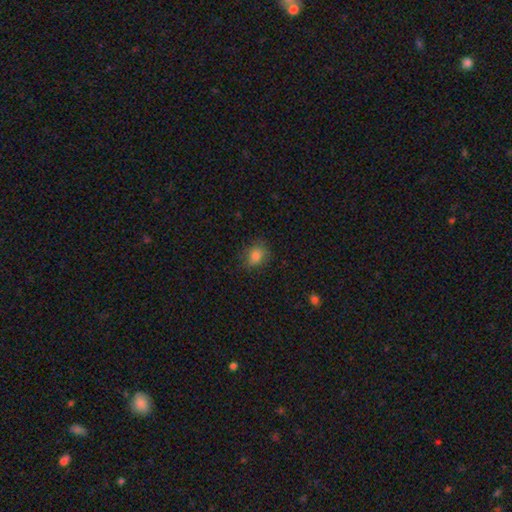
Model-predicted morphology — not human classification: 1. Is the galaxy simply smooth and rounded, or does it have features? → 82% smooth, 11% star or artifact, 6% featured or disk.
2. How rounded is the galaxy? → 50% in between, 49% round, 1% cigar-shaped.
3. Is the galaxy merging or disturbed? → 75% none, 18% minor disturbance, 6% major disturbance, 1% merger.